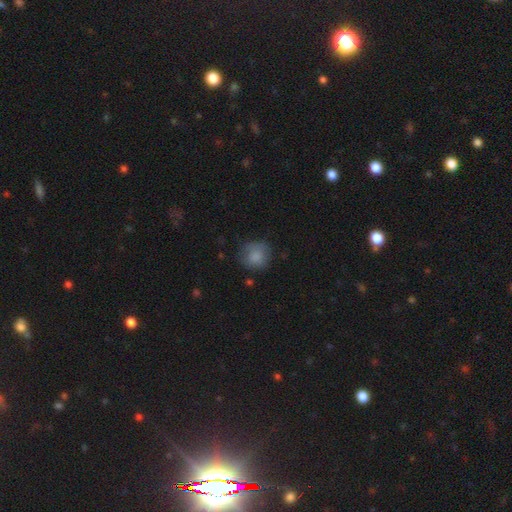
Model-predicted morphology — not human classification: type=smooth (81%); roundness=round (84%); merging=none (65%).